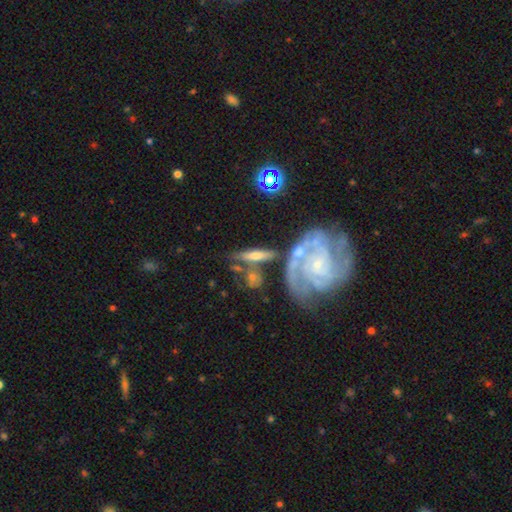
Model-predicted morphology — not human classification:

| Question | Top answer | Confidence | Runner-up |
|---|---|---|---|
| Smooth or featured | featured or disk | 66% | smooth (27%) |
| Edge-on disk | no | 53% | yes (47%) |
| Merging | none | 55% | minor disturbance (19%) |